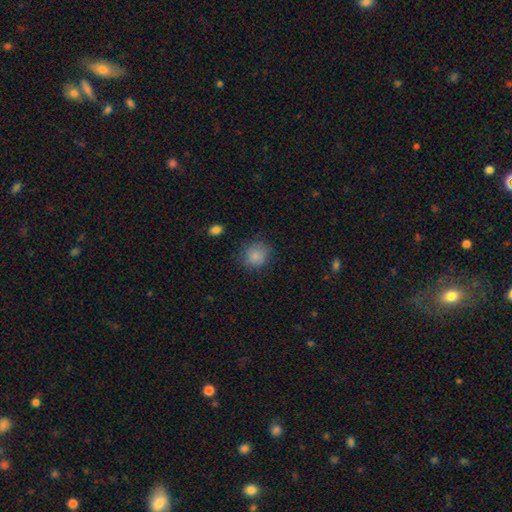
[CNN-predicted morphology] Smooth or featured? smooth (85%)
How rounded? round (81%)
Merging? none (80%)